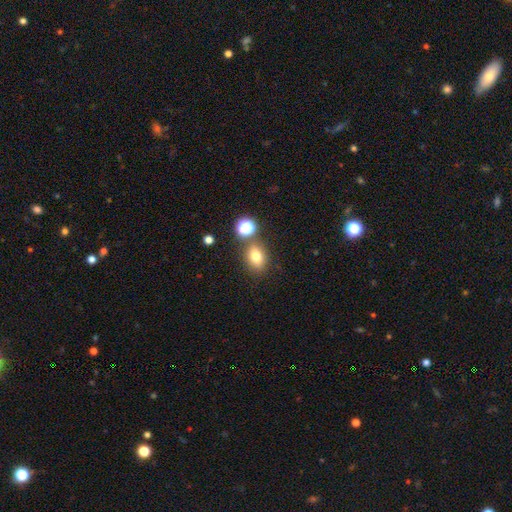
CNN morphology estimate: smooth_or_featured: smooth (p=0.74) [alt: star or artifact p=0.16]
how_rounded: in between (p=0.63) [alt: round p=0.35]
merging: none (p=0.73) [alt: merger p=0.13]